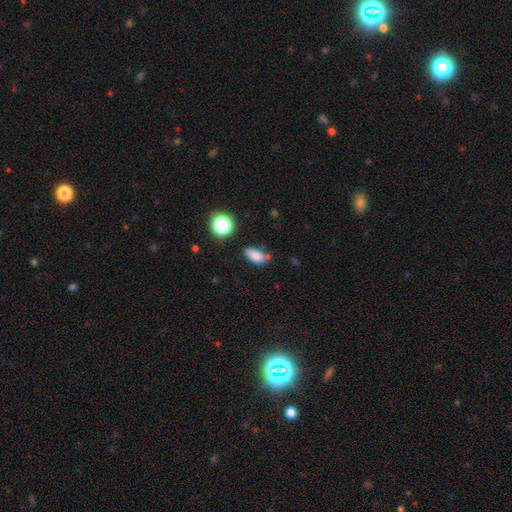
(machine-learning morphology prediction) Smooth or featured?
  - smooth: 81% *
  - star or artifact: 12%
  - featured or disk: 8%
How rounded?
  - in between: 84% *
  - cigar-shaped: 8%
  - round: 8%
Merging?
  - none: 65% *
  - minor disturbance: 23%
  - merger: 7%
  - major disturbance: 5%